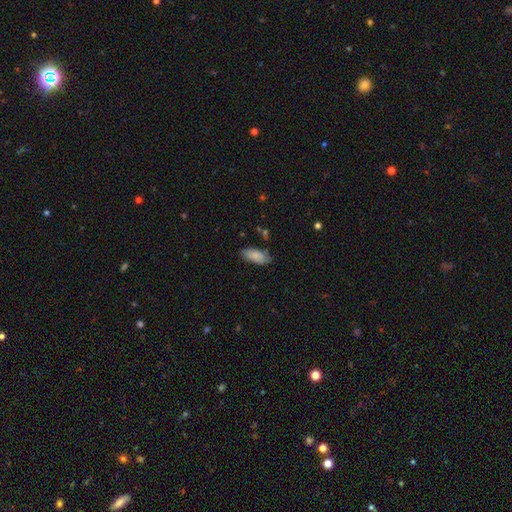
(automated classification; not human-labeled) This appears to be a smooth galaxy with no disk features (84%) that is in between round and cigar-shaped (87%). Merging: none (72%).